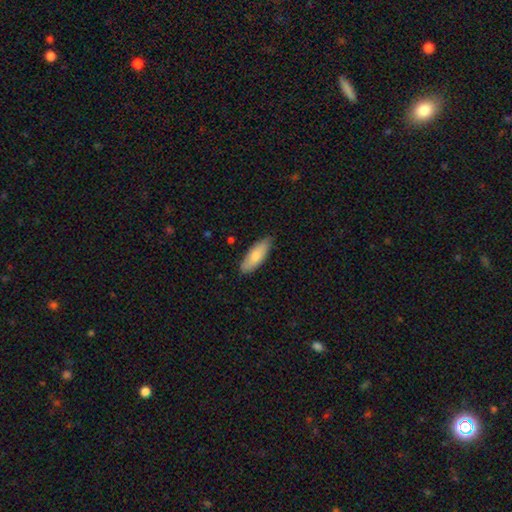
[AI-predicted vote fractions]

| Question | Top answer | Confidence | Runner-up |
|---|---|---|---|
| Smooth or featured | smooth | 78% | featured or disk (16%) |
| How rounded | in between | 72% | cigar-shaped (26%) |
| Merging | none | 80% | minor disturbance (16%) |